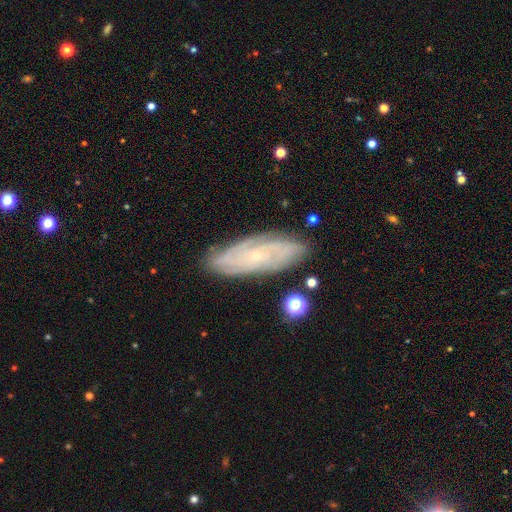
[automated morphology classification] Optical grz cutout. It shows a featured or disk galaxy (76%) with no bar (76%), tight (70%) spiral arms (92%) and a small central bulge (83%). Merging: none (83%).